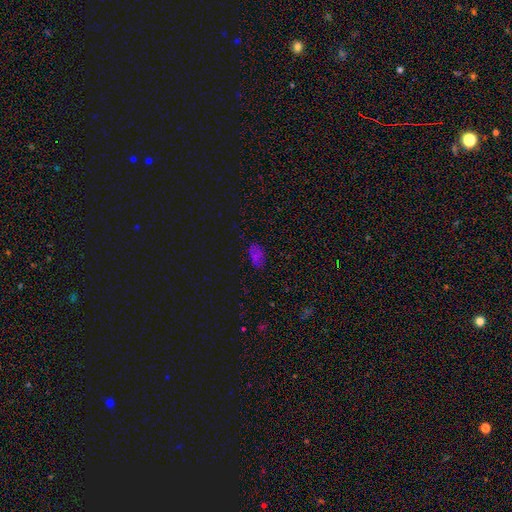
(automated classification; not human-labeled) smooth-or-featured: smooth: 49% | star or artifact: 39% | featured or disk: 12%
  merging: none: 77% | minor disturbance: 16% | major disturbance: 5% | merger: 2%